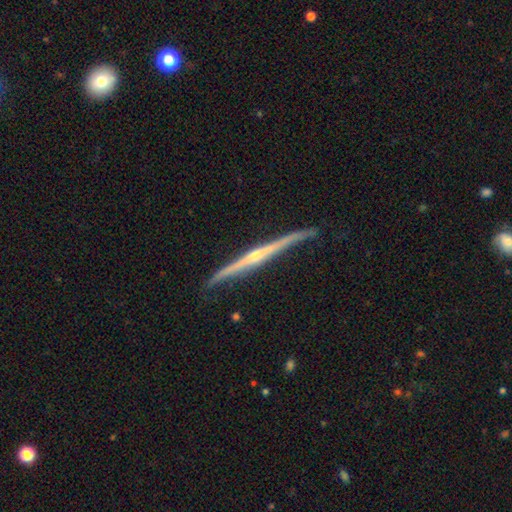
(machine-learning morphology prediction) Q: Smooth or featured?
A: featured or disk (85%); runner-up: smooth (11%)
Q: Edge-on disk?
A: yes (98%); runner-up: no (2%)
Q: Edge-on bulge?
A: rounded (72%); runner-up: none (23%)
Q: Merging?
A: none (86%); runner-up: minor disturbance (11%)